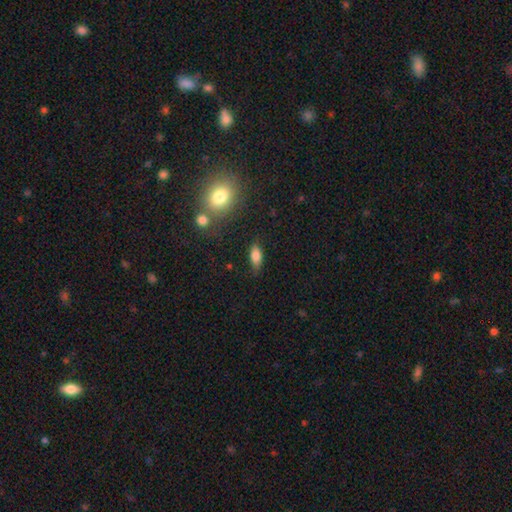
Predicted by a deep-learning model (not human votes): A smooth galaxy with no disk features (79%) that is in between round and cigar-shaped (84%). Merging: none (73%).